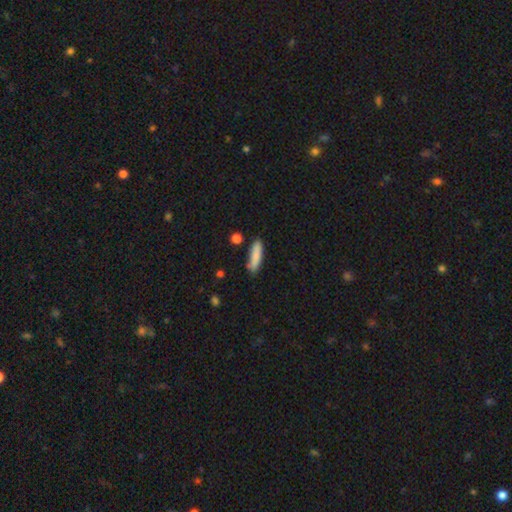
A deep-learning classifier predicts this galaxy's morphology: This appears to be a smooth galaxy with no disk features (85%) that is cigar-shaped (66%). Merging: none (77%).